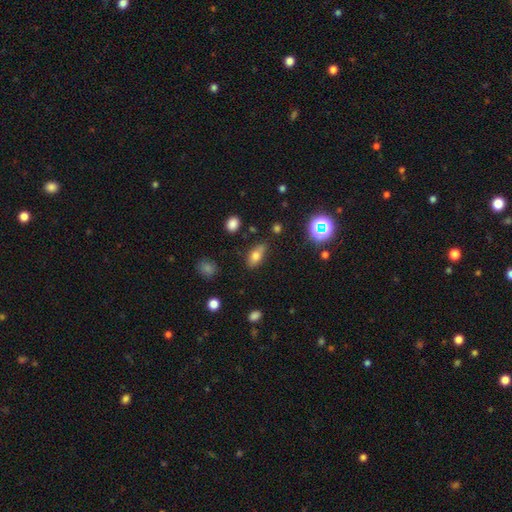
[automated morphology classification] smooth-or-featured: smooth: 74% | star or artifact: 13% | featured or disk: 13%
  how-rounded: in between: 84% | cigar-shaped: 8% | round: 8%
  merging: none: 67% | minor disturbance: 23% | major disturbance: 6% | merger: 5%